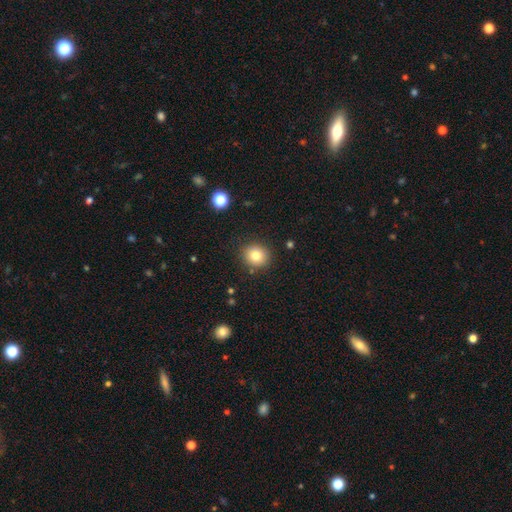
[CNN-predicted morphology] smooth_or_featured: smooth (p=0.80) [alt: star or artifact p=0.11]
how_rounded: round (p=0.84) [alt: in between p=0.15]
merging: none (p=0.88) [alt: minor disturbance p=0.08]